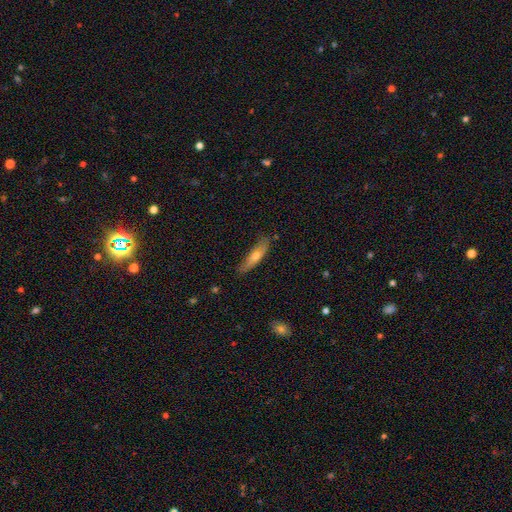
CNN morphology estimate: Smooth or featured?
  - smooth: 55% *
  - featured or disk: 39%
  - star or artifact: 6%
How rounded?
  - cigar-shaped: 81% *
  - in between: 17%
  - round: 2%
Merging?
  - none: 80% *
  - minor disturbance: 16%
  - major disturbance: 3%
  - merger: 2%